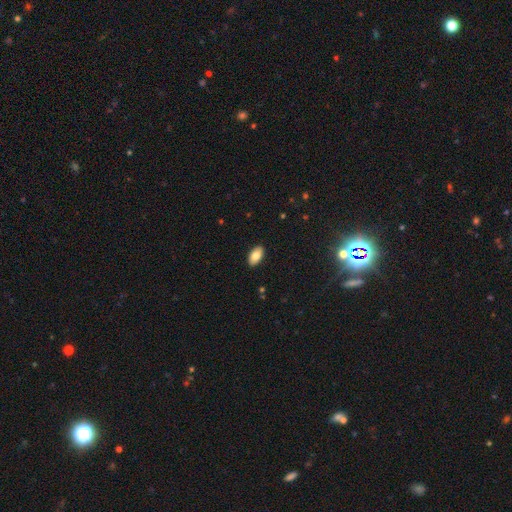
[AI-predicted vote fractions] This is clearly a smooth galaxy (84%). How rounded: clearly in between (95%). Merging: clearly none (90%).